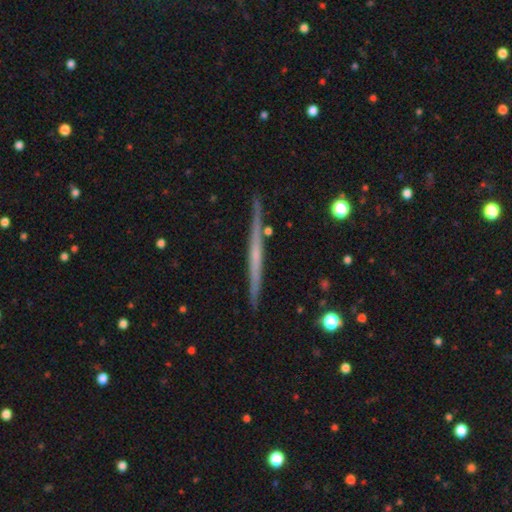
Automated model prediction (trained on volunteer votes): Smooth or featured?
  - featured or disk: 66% *
  - smooth: 28%
  - star or artifact: 6%
Edge-on disk?
  - yes: 98% *
  - no: 2%
Edge-on bulge?
  - none: 75% *
  - rounded: 19%
  - boxy: 6%
Merging?
  - none: 90% *
  - minor disturbance: 7%
  - merger: 2%
  - major disturbance: 1%